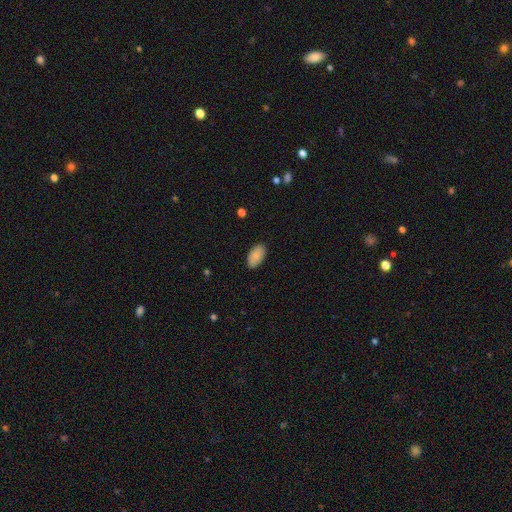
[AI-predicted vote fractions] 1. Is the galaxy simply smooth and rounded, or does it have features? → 83% smooth, 10% featured or disk, 7% star or artifact.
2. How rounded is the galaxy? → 95% in between, 3% round, 2% cigar-shaped.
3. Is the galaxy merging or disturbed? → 87% none, 10% minor disturbance, 2% major disturbance, 1% merger.